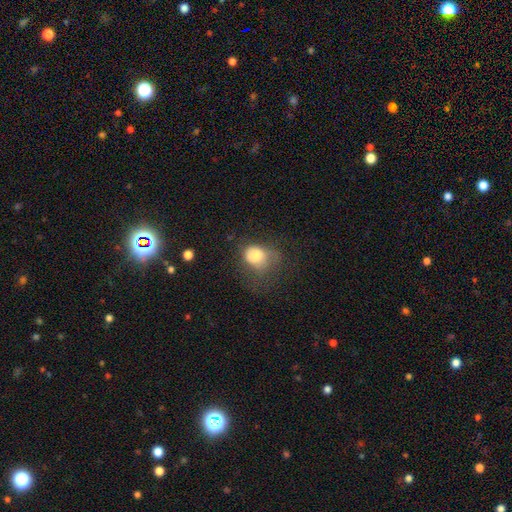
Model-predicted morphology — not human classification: A smooth galaxy with no disk features (69%) that is in between round and cigar-shaped (51%).

Vote fractions:
- Smooth or featured? smooth: 69% / featured or disk: 21% / star or artifact: 10%
- How rounded? in between: 51% / round: 48% / cigar-shaped: 1%
- Merging? major disturbance: 39% / none: 29% / minor disturbance: 29% / merger: 3%